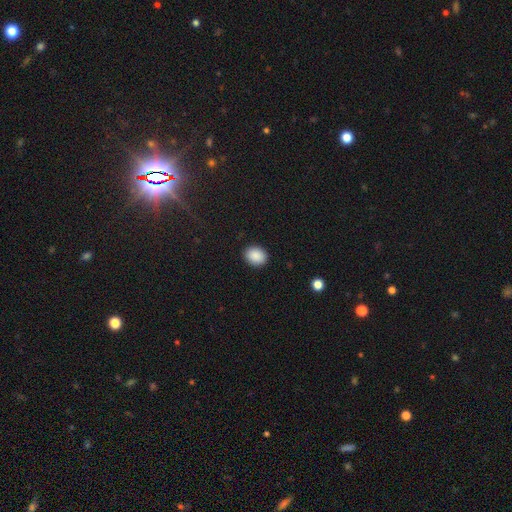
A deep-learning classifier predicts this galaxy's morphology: Q: Smooth or featured?
A: smooth (89%); runner-up: star or artifact (8%)
Q: How rounded?
A: in between (60%); runner-up: round (40%)
Q: Merging?
A: none (90%); runner-up: minor disturbance (7%)